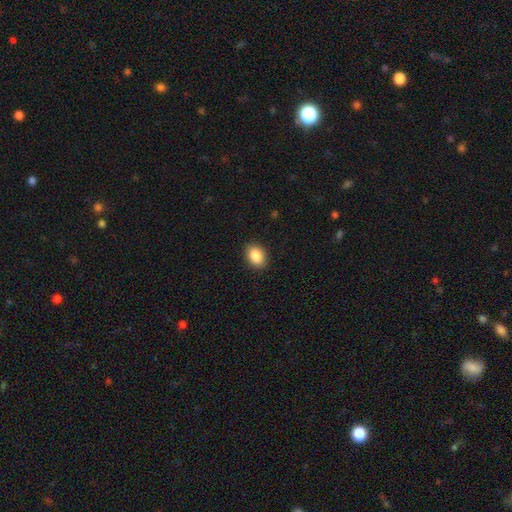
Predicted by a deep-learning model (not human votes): This is clearly a smooth galaxy (87%). How rounded: clearly in between (80%). Merging: clearly none (90%).